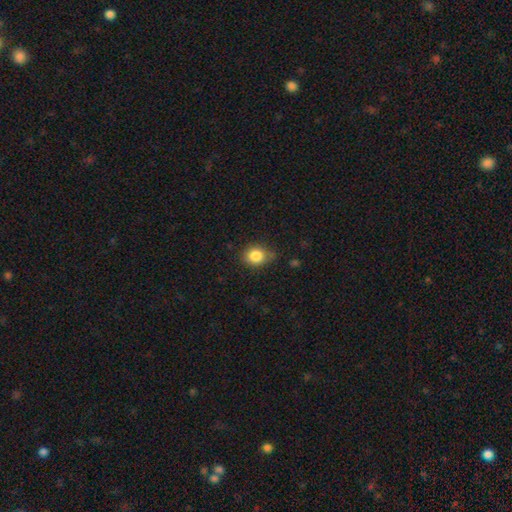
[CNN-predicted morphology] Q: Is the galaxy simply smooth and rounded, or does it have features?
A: smooth — 85%.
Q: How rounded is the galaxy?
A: round — 66%.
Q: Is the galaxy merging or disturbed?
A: none — 72%.